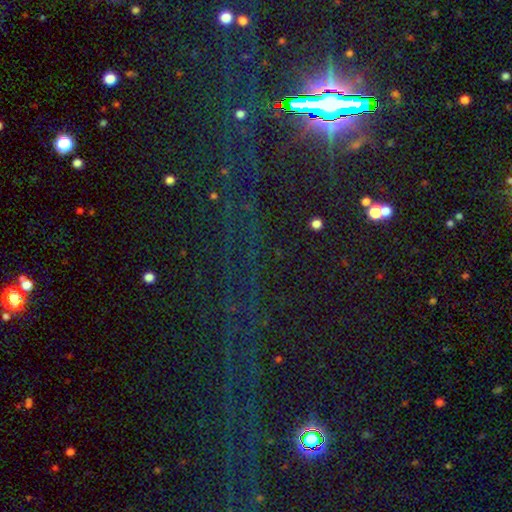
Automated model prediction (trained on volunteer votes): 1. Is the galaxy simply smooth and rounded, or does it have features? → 81% star or artifact, 10% featured or disk, 9% smooth.